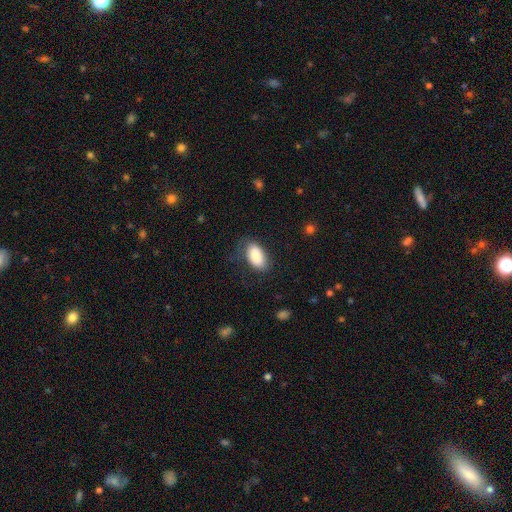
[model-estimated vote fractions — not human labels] smooth_or_featured: smooth (p=0.85) [alt: featured or disk p=0.09]
how_rounded: in between (p=0.94) [alt: round p=0.04]
merging: none (p=0.69) [alt: minor disturbance p=0.21]